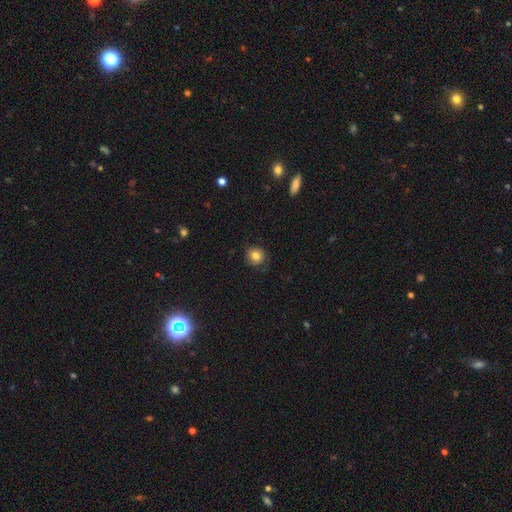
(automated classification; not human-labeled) A smooth galaxy with no disk features (81%) that is round (84%). Merging: none (75%).